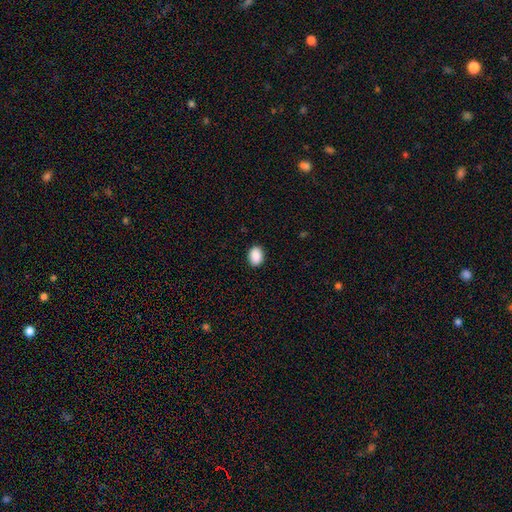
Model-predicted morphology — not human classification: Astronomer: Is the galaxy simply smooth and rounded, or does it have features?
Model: smooth — 90%.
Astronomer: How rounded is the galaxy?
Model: in between — 76%.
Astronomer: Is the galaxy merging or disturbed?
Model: none — 90%.